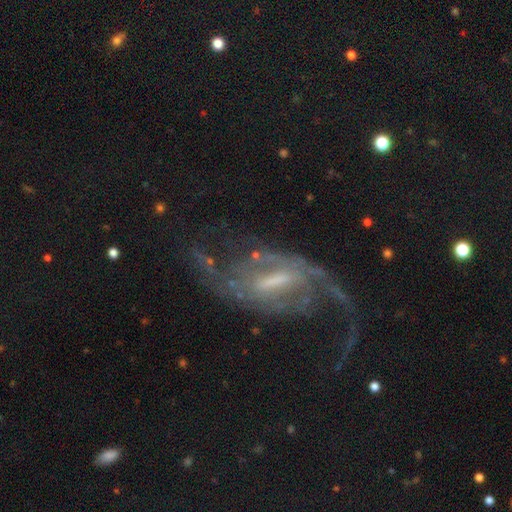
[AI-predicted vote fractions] Smooth or featured? featured or disk (83%)
Edge-on disk? no (92%)
Bar? strong (50%)
Spiral arms? yes (84%)
Spiral winding? medium (41%)
Spiral arm count? 2 (69%)
Bulge size? moderate (36%)
Merging? none (50%)